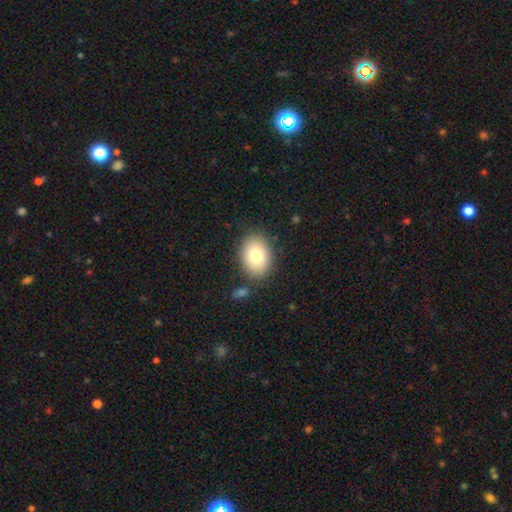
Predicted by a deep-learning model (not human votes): The model was most divided on "how rounded": in between: 71%, round: 29%, cigar-shaped: 1%. More confident: merging — none (83%); smooth or featured — smooth (78%).